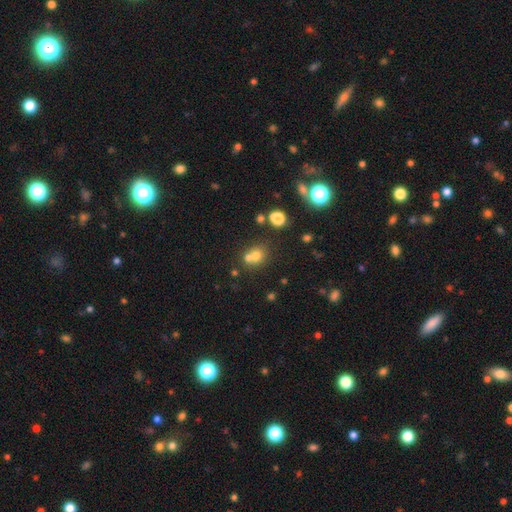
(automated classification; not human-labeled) Overall: smooth (68%). How rounded: round (77%). Merging: none (45%; merger 44%).